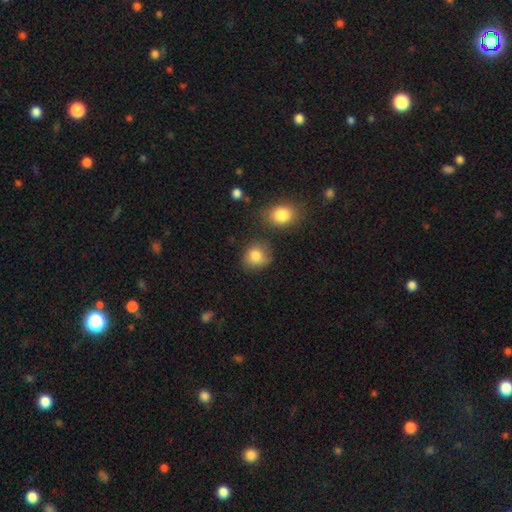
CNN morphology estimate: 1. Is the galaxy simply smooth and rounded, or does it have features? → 83% smooth, 9% star or artifact, 8% featured or disk.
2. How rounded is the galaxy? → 72% round, 26% in between, 1% cigar-shaped.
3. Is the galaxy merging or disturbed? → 68% none, 20% minor disturbance, 6% merger, 6% major disturbance.